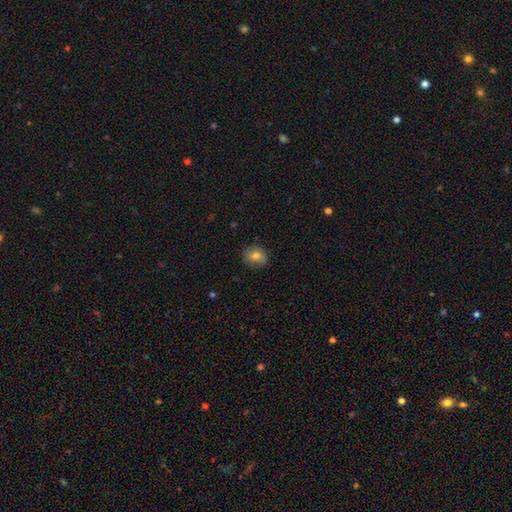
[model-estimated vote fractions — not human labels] Smooth or featured? Predicted: smooth (p=0.77). How rounded? Predicted: round (p=0.63). Merging? Predicted: none (p=0.78).